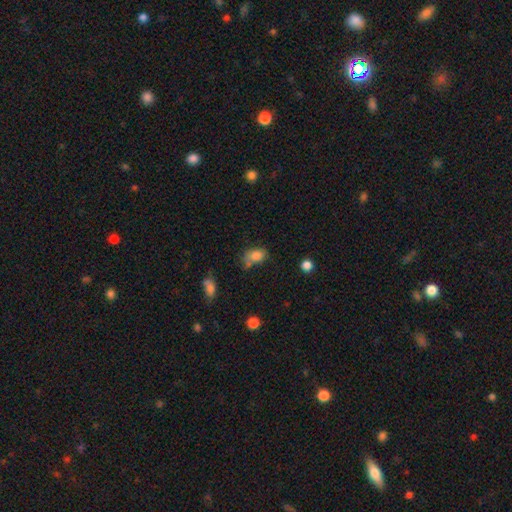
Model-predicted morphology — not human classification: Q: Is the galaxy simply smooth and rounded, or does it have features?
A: smooth — 80%.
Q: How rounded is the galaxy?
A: in between — 77%.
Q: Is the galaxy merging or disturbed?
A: none — 45%.